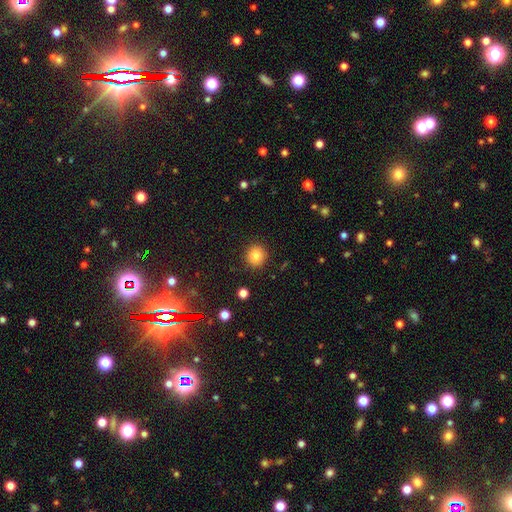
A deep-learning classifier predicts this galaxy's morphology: The model was most divided on "smooth or featured": smooth: 84%, star or artifact: 11%, featured or disk: 5%. More confident: how rounded — round (90%); merging — none (90%).